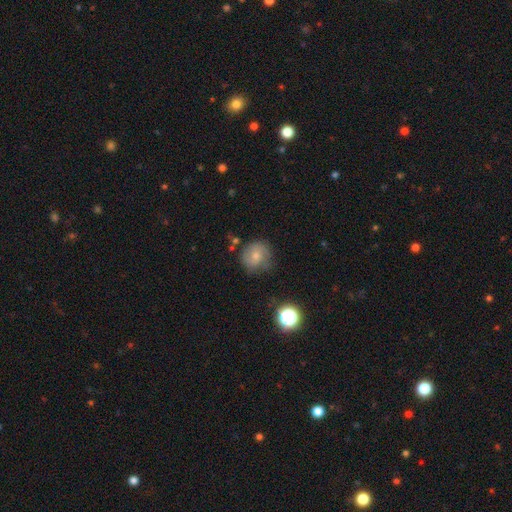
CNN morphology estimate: Q: Smooth or featured?
A: smooth (53%); runner-up: featured or disk (35%)
Q: How rounded?
A: round (85%); runner-up: in between (14%)
Q: Merging?
A: none (66%); runner-up: minor disturbance (23%)